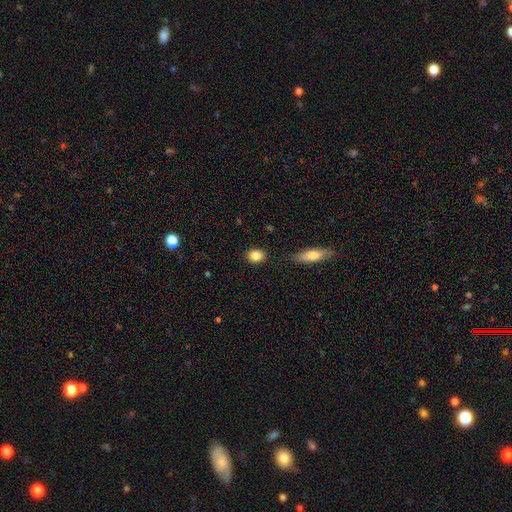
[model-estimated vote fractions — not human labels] A smooth galaxy with no disk features (84%) that is round (50%).

Vote fractions:
- Smooth or featured? smooth: 84% / star or artifact: 8% / featured or disk: 7%
- How rounded? round: 50% / in between: 48% / cigar-shaped: 2%
- Merging? none: 87% / minor disturbance: 9% / major disturbance: 2% / merger: 2%